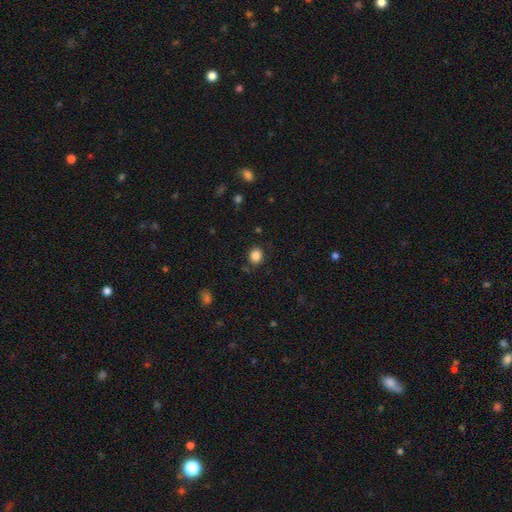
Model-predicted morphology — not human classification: smooth_or_featured: smooth (p=0.85) [alt: star or artifact p=0.10]
how_rounded: round (p=0.71) [alt: in between p=0.28]
merging: none (p=0.82) [alt: minor disturbance p=0.12]